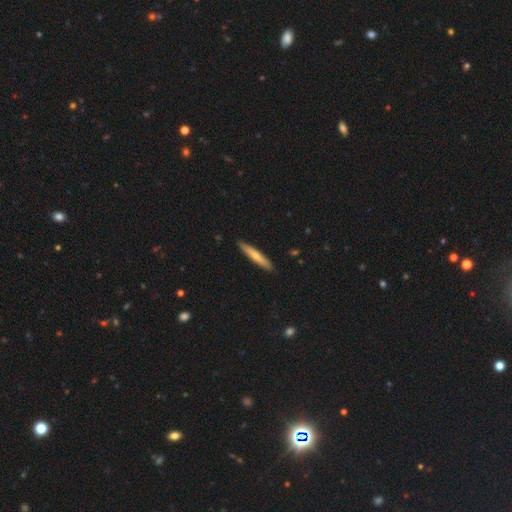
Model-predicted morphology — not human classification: A smooth galaxy with no disk features (61%) that is cigar-shaped (92%). Merging: none (90%).